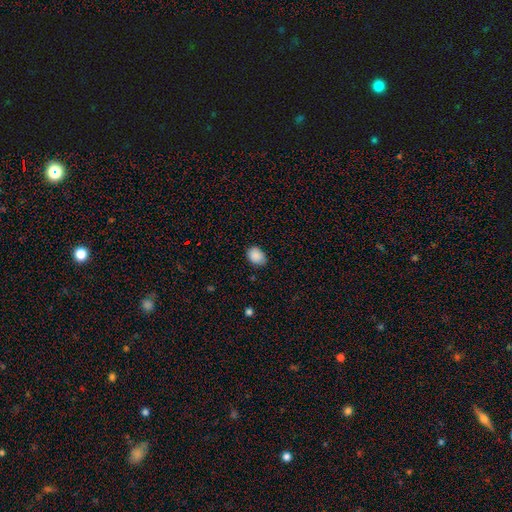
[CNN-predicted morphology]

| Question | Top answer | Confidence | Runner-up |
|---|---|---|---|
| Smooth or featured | smooth | 89% | star or artifact (8%) |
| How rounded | in between | 66% | round (33%) |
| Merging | none | 78% | minor disturbance (18%) |